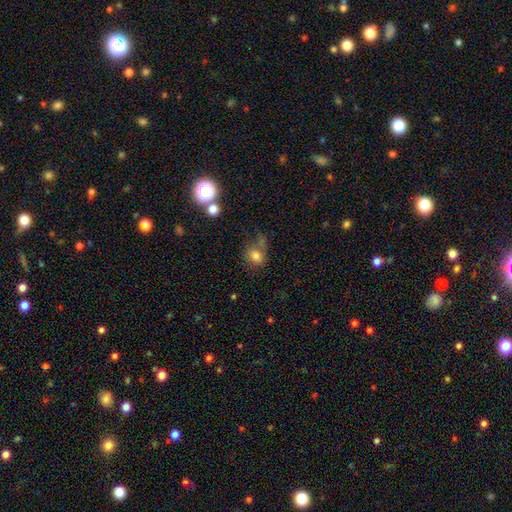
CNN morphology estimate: Smooth or featured? smooth (77%)
How rounded? round (55%)
Merging? none (51%)